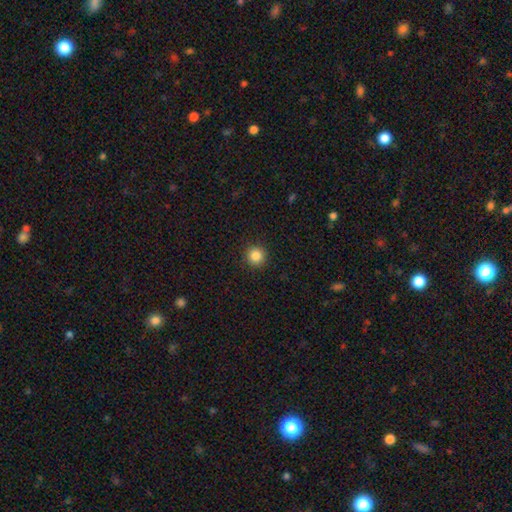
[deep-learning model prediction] Smooth or featured?
  - smooth: 85% *
  - star or artifact: 11%
  - featured or disk: 4%
How rounded?
  - round: 95% *
  - in between: 4%
  - cigar-shaped: 1%
Merging?
  - none: 92% *
  - minor disturbance: 5%
  - major disturbance: 2%
  - merger: 1%